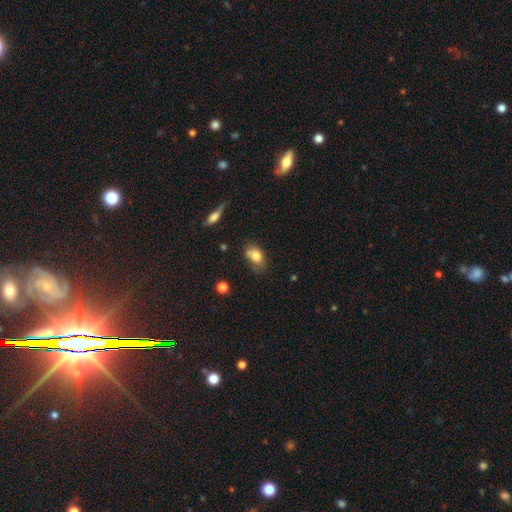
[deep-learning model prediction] smooth_or_featured: smooth (p=0.76) [alt: featured or disk p=0.14]
how_rounded: in between (p=0.80) [alt: round p=0.17]
merging: none (p=0.44) [alt: minor disturbance p=0.28]